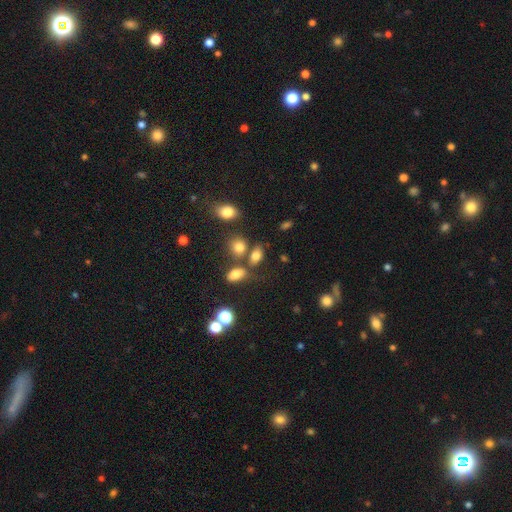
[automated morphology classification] Overall: smooth (76%). How rounded: in between (81%). Merging: none (58%; merger 21%).